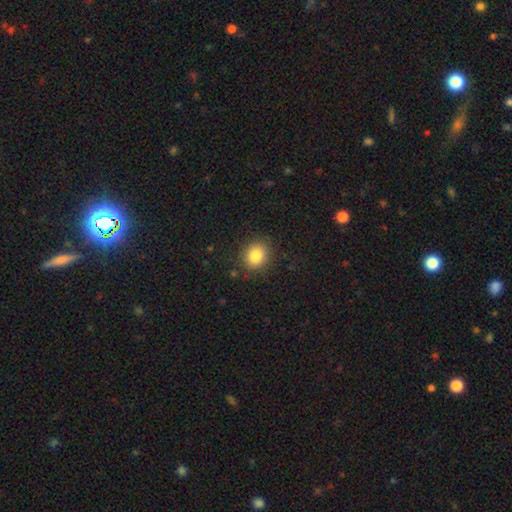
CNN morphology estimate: Smooth or featured?
  - smooth: 84% *
  - star or artifact: 10%
  - featured or disk: 6%
How rounded?
  - round: 72% *
  - in between: 27%
  - cigar-shaped: 1%
Merging?
  - none: 86% *
  - minor disturbance: 9%
  - major disturbance: 3%
  - merger: 1%